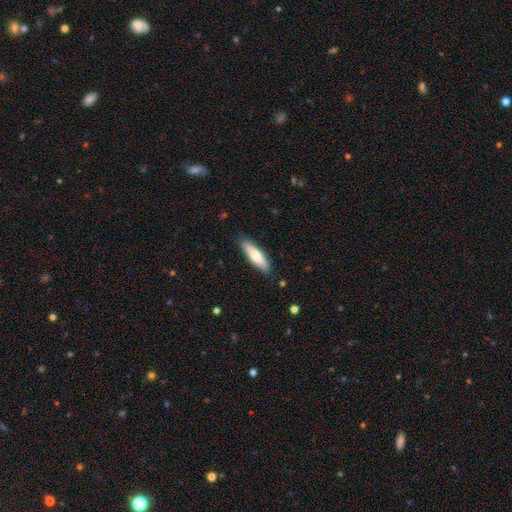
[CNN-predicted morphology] This appears to be a smooth galaxy with no disk features (69%) that is cigar-shaped (61%). Merging: none (86%).